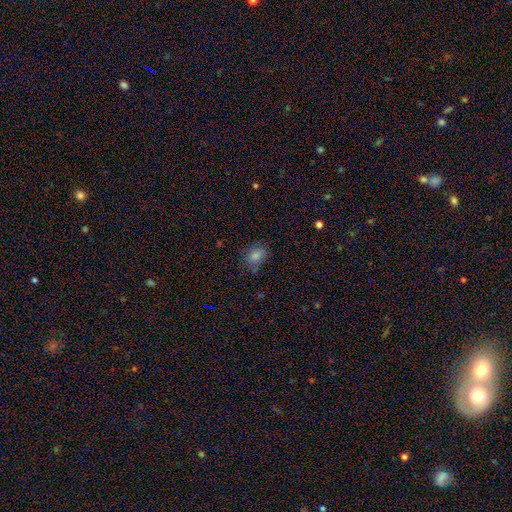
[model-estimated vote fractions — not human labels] smooth 78%, star or artifact 12%, featured or disk 10%. Down the decision tree: how rounded — in between (69%); merging — none (63%).